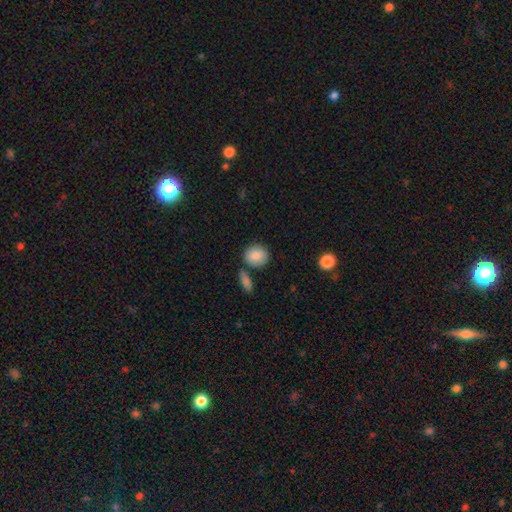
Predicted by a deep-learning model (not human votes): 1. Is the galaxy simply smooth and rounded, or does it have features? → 88% smooth, 7% star or artifact, 6% featured or disk.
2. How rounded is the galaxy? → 71% round, 28% in between, 2% cigar-shaped.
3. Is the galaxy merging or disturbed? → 73% none, 12% minor disturbance, 11% merger, 3% major disturbance.